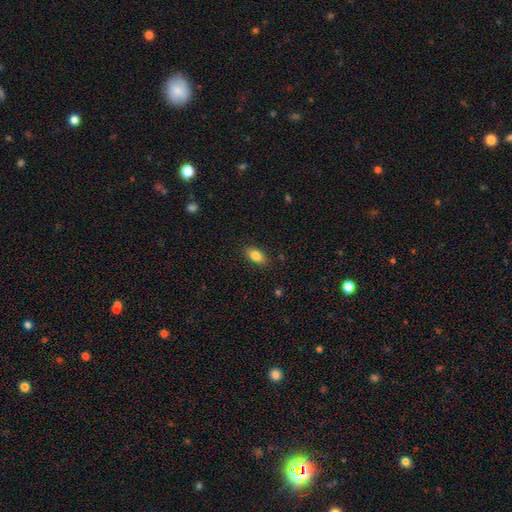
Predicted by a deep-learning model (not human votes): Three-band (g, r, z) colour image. It shows a smooth galaxy with no disk features (84%) that is in between round and cigar-shaped (90%). Merging: none (87%).